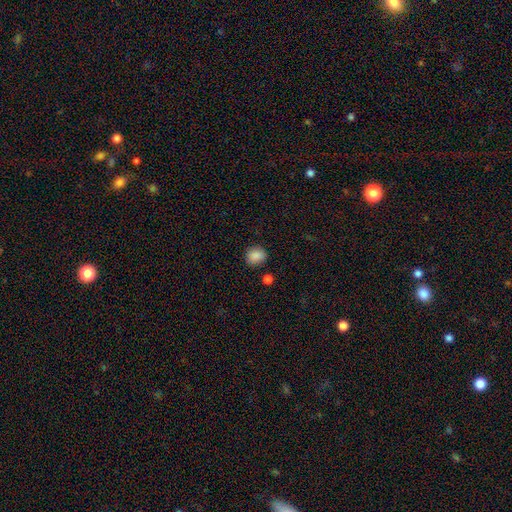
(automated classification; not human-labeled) This appears to be a smooth galaxy with no disk features (87%) that is round (79%). Merging: none (85%).